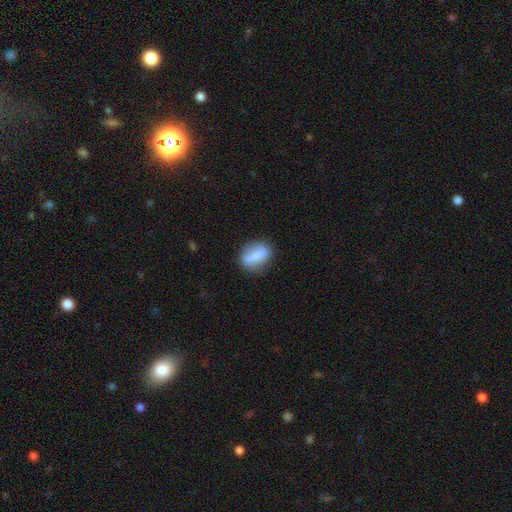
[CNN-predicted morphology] This is likely a smooth galaxy (74%). How rounded: likely in between (69%). Merging: likely none (74%).